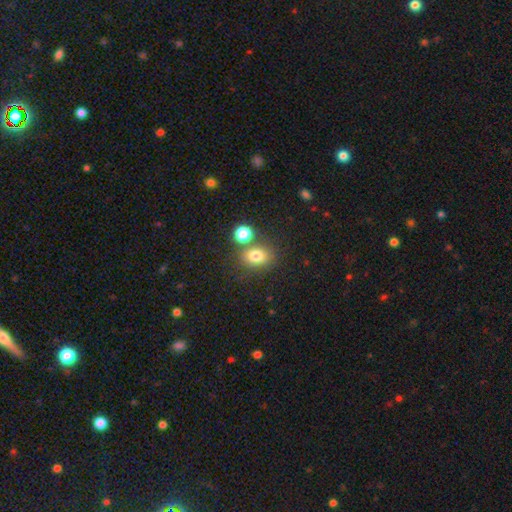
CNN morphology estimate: type=smooth (77%); roundness=in between (52%); merging=none (66%).